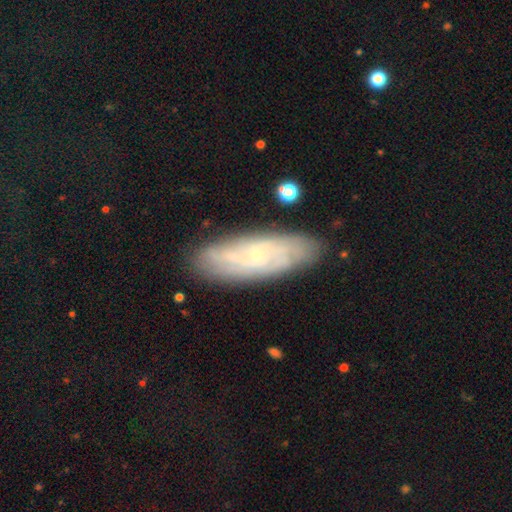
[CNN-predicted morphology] Overall: featured or disk (65%; smooth 28%). Edge-on disk: no (83%). Bar: no (76%). Spiral arms: yes (84%). Bulge size: small (80%). Merging: none (81%).